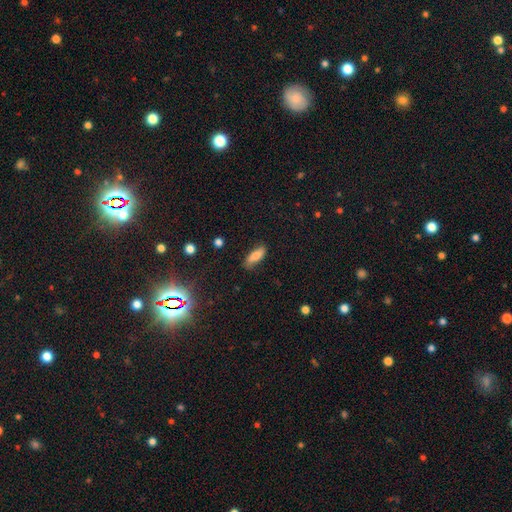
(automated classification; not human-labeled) smooth-or-featured: smooth: 80% | featured or disk: 13% | star or artifact: 8%
  how-rounded: in between: 62% | cigar-shaped: 36% | round: 2%
  merging: none: 76% | minor disturbance: 19% | major disturbance: 4% | merger: 2%